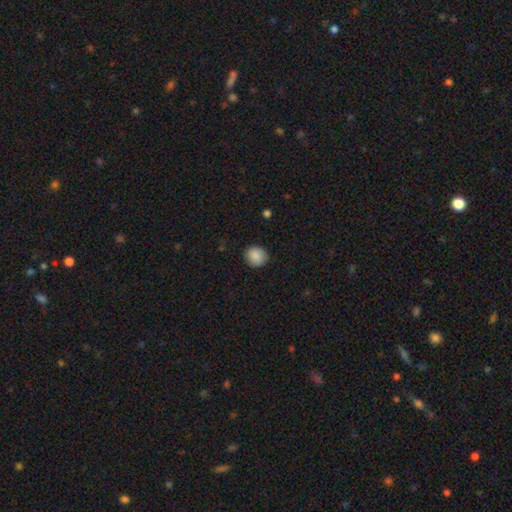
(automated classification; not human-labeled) Morphology: type=smooth (89%); roundness=round (85%); merging=none (89%).